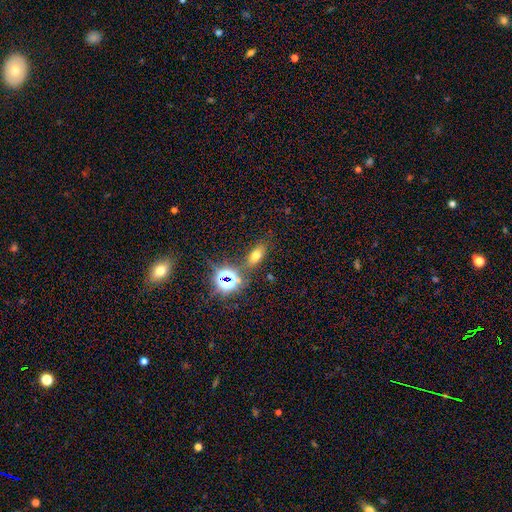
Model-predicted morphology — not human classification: type=smooth (60%); roundness=in between (79%); merging=none (77%).